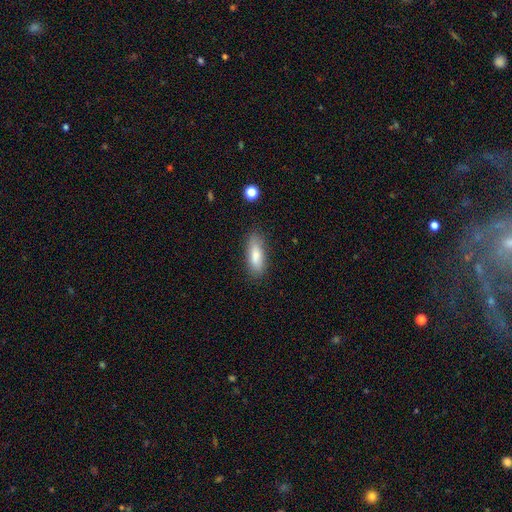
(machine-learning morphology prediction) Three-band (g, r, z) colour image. It shows a smooth galaxy with no disk features (81%) that is in between round and cigar-shaped (62%). Merging: none (81%).